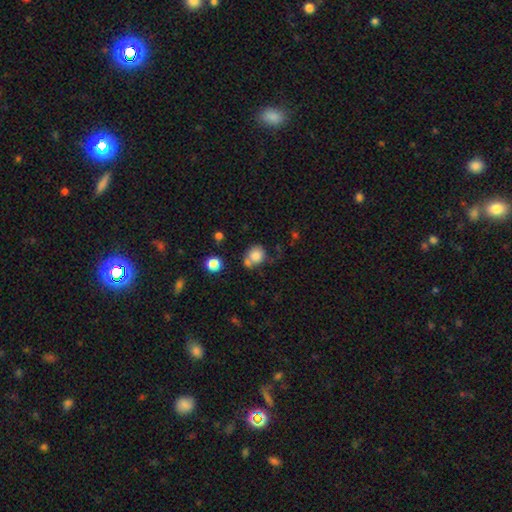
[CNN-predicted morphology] A smooth galaxy with no disk features (82%) that is round (76%). Merging: none (49%).